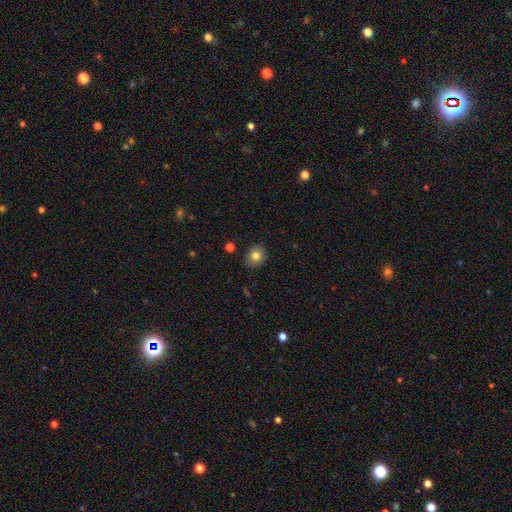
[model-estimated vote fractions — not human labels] smooth 81%, star or artifact 10%, featured or disk 9%. Down the decision tree: how rounded — round (68%); merging — none (88%).